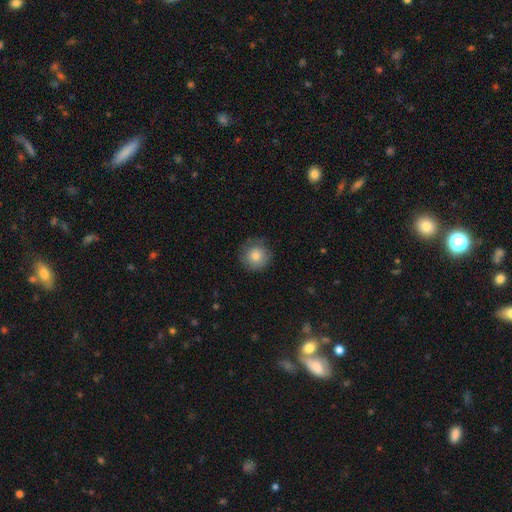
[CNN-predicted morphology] This is likely a smooth galaxy (80%). How rounded: clearly round (95%). Merging: clearly none (80%).